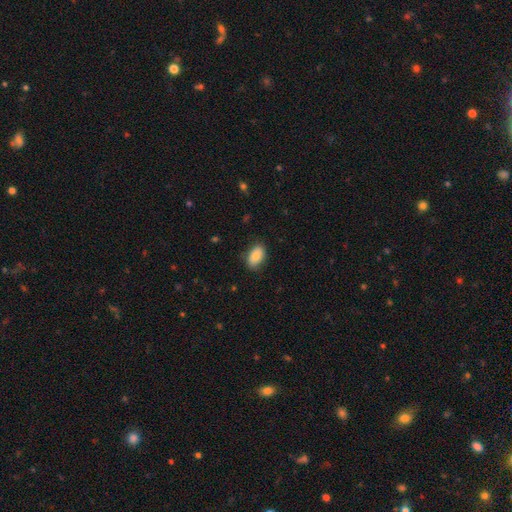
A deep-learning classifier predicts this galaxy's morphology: smooth 81%, featured or disk 12%, star or artifact 7%. Down the decision tree: how rounded — in between (90%); merging — none (82%).